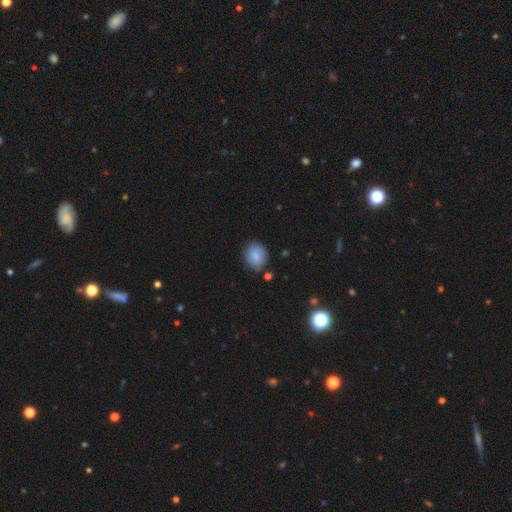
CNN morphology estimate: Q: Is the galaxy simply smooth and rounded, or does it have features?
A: smooth — 83%.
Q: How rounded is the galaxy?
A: round — 61%.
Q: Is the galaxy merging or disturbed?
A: none — 77%.